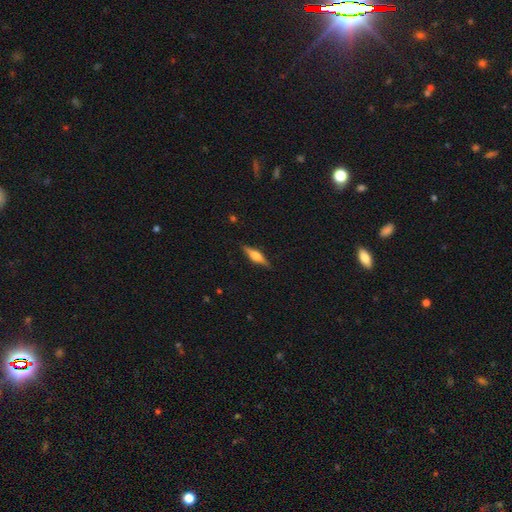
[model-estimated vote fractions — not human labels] This appears to be a featured or disk galaxy (58%) viewed edge-on (95%) with a rounded central bulge (87%). Merging: none (88%).